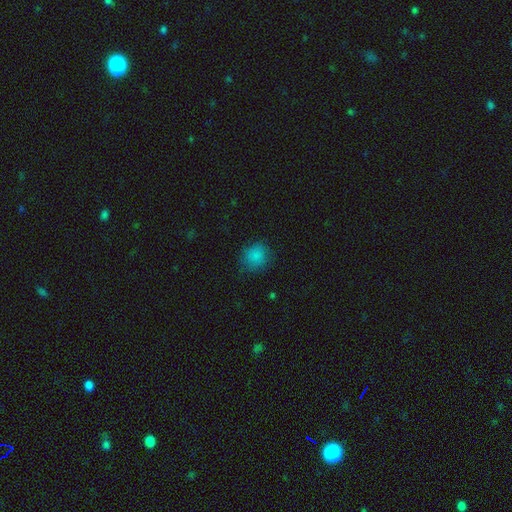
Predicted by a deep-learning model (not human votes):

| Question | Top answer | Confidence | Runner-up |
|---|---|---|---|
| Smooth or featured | smooth | 83% | star or artifact (11%) |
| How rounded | round | 83% | in between (16%) |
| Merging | none | 77% | minor disturbance (16%) |